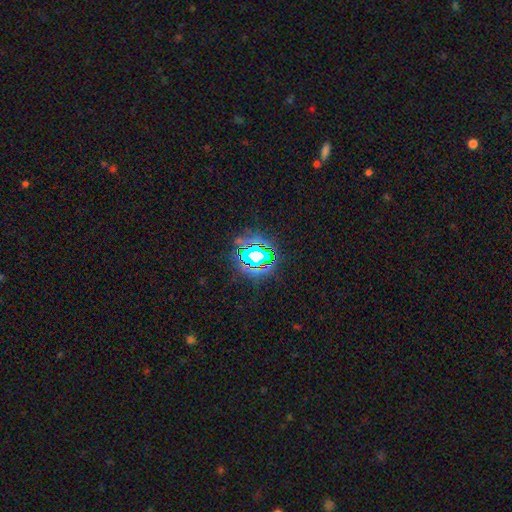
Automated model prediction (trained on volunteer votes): Smooth or featured? star or artifact (68%)